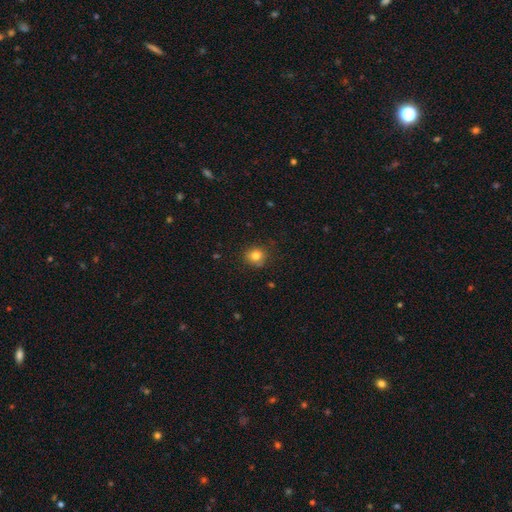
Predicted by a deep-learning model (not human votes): smooth_or_featured: smooth (p=0.82) [alt: star or artifact p=0.11]
how_rounded: round (p=0.81) [alt: in between p=0.18]
merging: none (p=0.80) [alt: minor disturbance p=0.14]